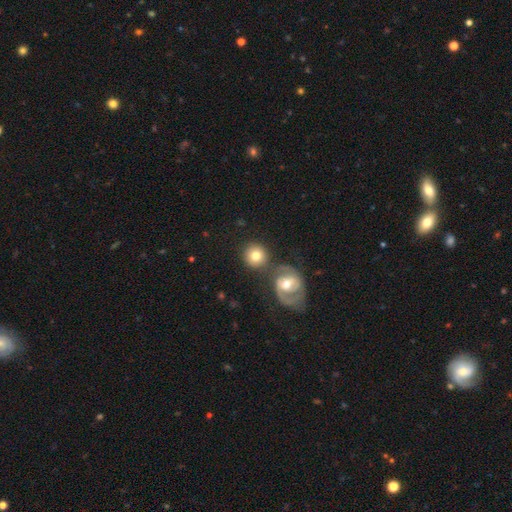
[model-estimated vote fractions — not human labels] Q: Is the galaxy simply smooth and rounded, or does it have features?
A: smooth — 70%.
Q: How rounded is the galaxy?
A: round — 89%.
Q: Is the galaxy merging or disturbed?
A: none — 64%.